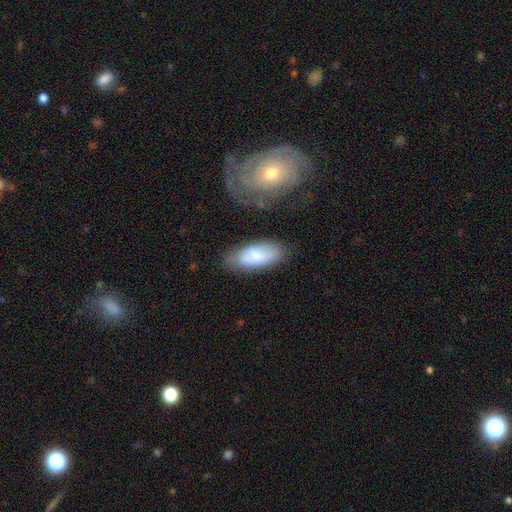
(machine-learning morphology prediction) Smooth or featured? Predicted: smooth (p=0.77). How rounded? Predicted: in between (p=0.83). Merging? Predicted: none (p=0.71).